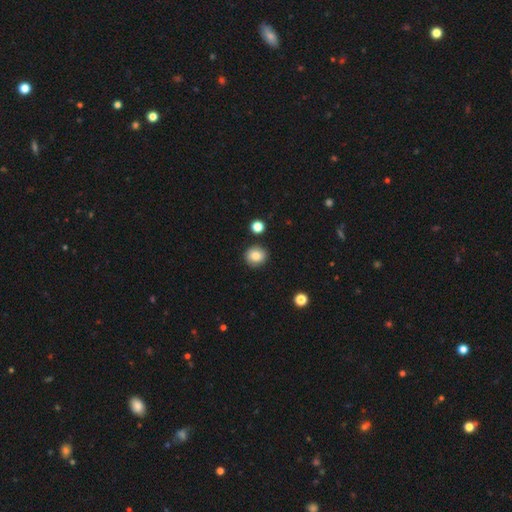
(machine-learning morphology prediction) smooth_or_featured: smooth (p=0.85) [alt: star or artifact p=0.09]
how_rounded: round (p=0.88) [alt: in between p=0.11]
merging: none (p=0.88) [alt: minor disturbance p=0.07]